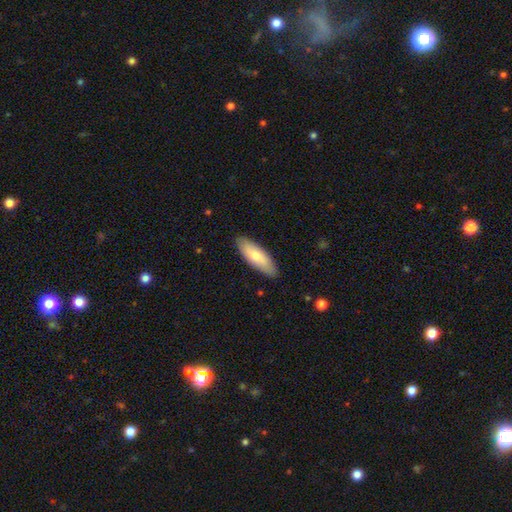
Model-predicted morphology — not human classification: Smooth or featured?
  - smooth: 70% *
  - featured or disk: 25%
  - star or artifact: 5%
How rounded?
  - in between: 64% *
  - cigar-shaped: 34%
  - round: 2%
Merging?
  - none: 87% *
  - minor disturbance: 10%
  - major disturbance: 2%
  - merger: 1%